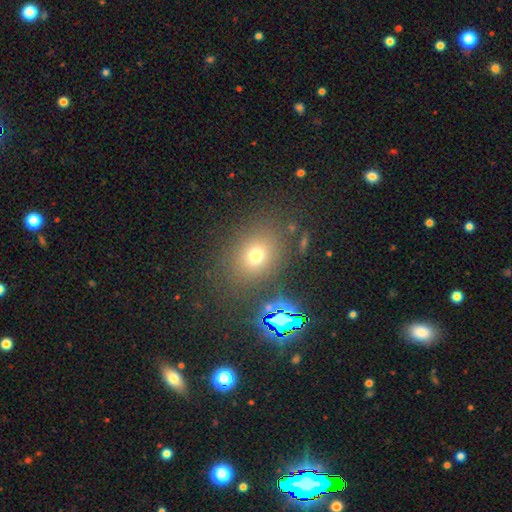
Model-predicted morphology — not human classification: type=smooth (69%); roundness=round (59%); merging=none (79%).